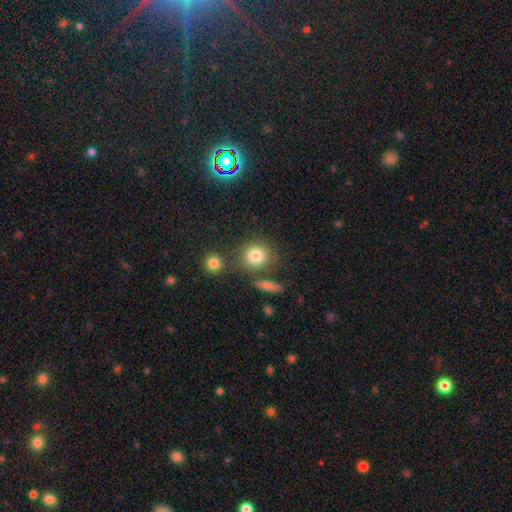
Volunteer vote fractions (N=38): This appears to be a smooth galaxy with no disk features (97%) that is round (92%). Merging: none (84%).